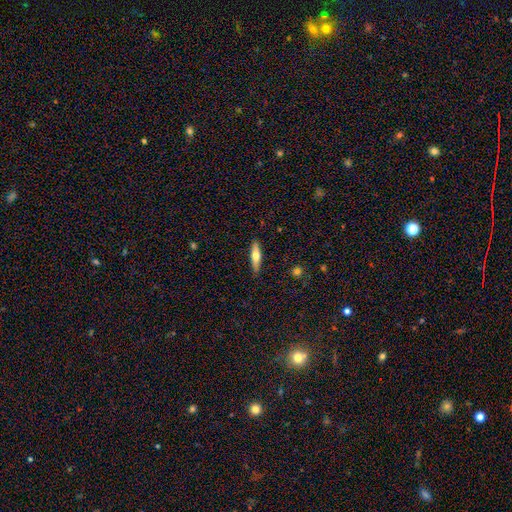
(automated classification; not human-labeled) This appears to be a smooth galaxy with no disk features (52%) that is cigar-shaped (75%). Merging: none (88%).